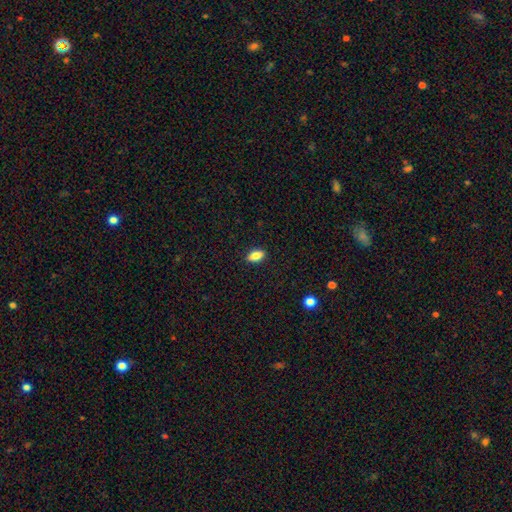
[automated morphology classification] This appears to be a smooth galaxy with no disk features (82%) that is in between round and cigar-shaped (87%). Merging: none (89%).